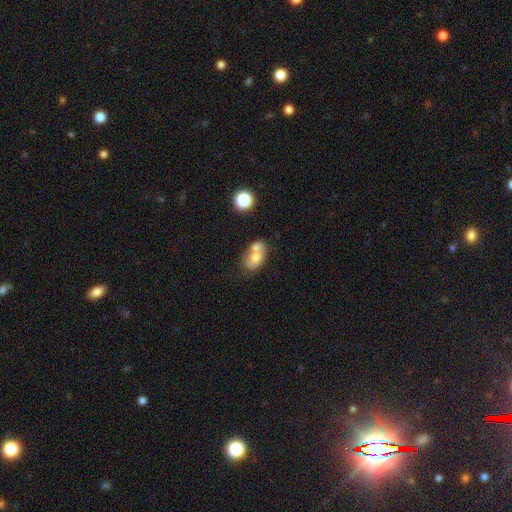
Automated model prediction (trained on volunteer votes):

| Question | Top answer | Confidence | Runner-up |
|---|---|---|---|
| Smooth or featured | smooth | 69% | featured or disk (21%) |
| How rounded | in between | 76% | round (22%) |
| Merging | merger | 59% | none (25%) |